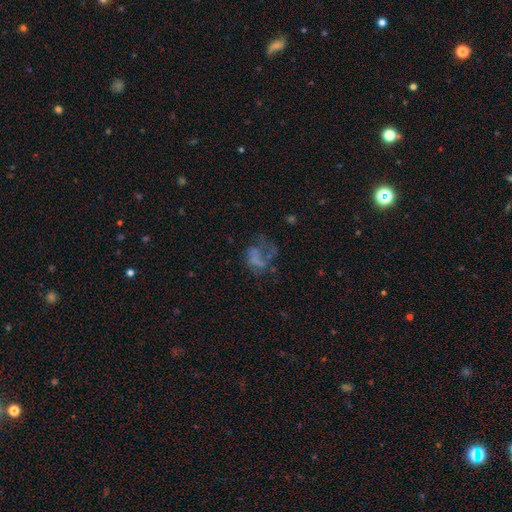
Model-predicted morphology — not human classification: Overall: featured or disk (51%; smooth 31%). Edge-on disk: no (98%). Merging: major disturbance (46%; none 31%).